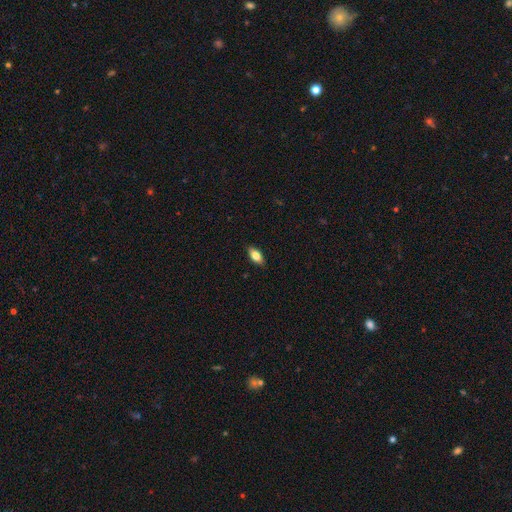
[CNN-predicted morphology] Q: Smooth or featured?
A: smooth (77%); runner-up: featured or disk (16%)
Q: How rounded?
A: in between (88%); runner-up: cigar-shaped (8%)
Q: Merging?
A: none (88%); runner-up: minor disturbance (10%)